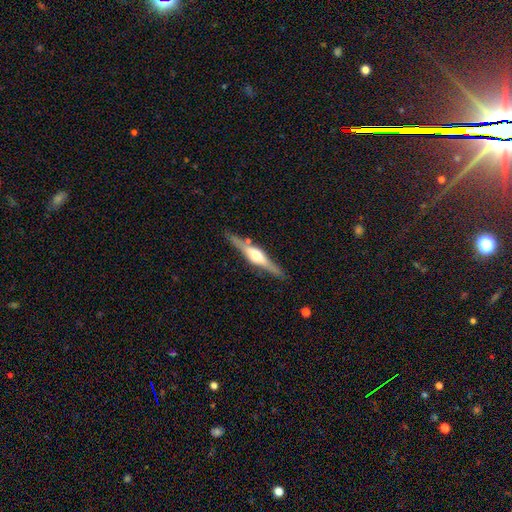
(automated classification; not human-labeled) smooth_or_featured: featured or disk (p=0.77) [alt: smooth p=0.18]
disk_edge_on: yes (p=0.98) [alt: no p=0.02]
edge_on_bulge: rounded (p=0.89) [alt: boxy p=0.09]
merging: none (p=0.86) [alt: minor disturbance p=0.09]